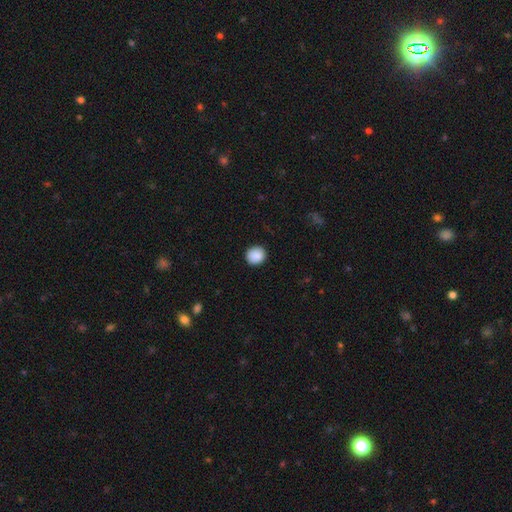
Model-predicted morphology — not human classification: Q: Smooth or featured?
A: smooth (89%); runner-up: star or artifact (8%)
Q: How rounded?
A: round (86%); runner-up: in between (13%)
Q: Merging?
A: none (90%); runner-up: minor disturbance (8%)